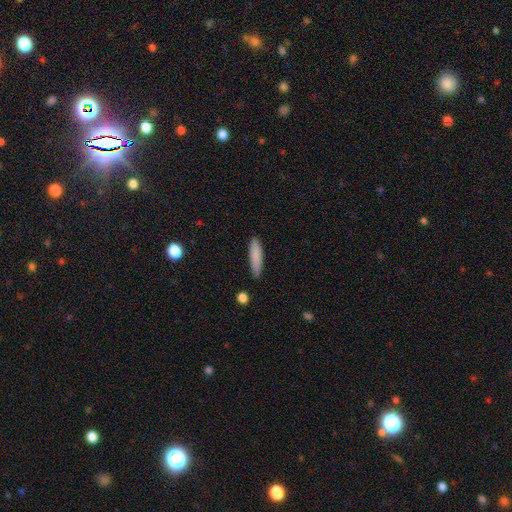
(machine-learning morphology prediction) Smooth or featured? Predicted: smooth (p=0.84). How rounded? Predicted: cigar-shaped (p=0.78). Merging? Predicted: none (p=0.86).